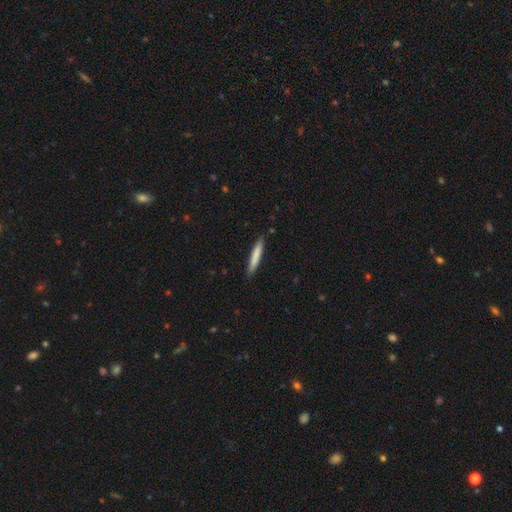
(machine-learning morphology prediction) type=smooth (78%); roundness=cigar-shaped (94%); merging=none (87%).